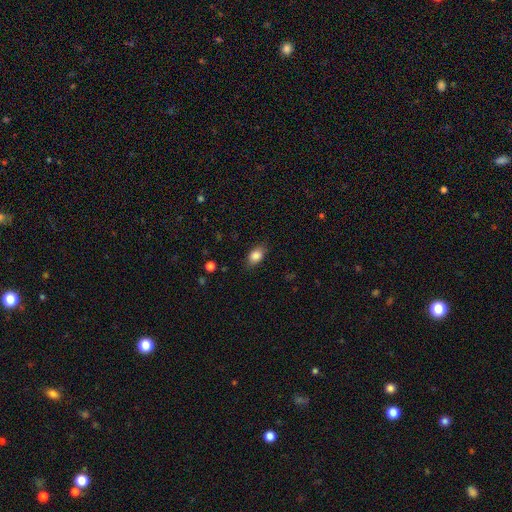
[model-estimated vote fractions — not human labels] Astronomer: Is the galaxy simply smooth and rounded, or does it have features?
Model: smooth — 85%.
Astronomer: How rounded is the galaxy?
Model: in between — 85%.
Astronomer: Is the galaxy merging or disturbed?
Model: none — 81%.